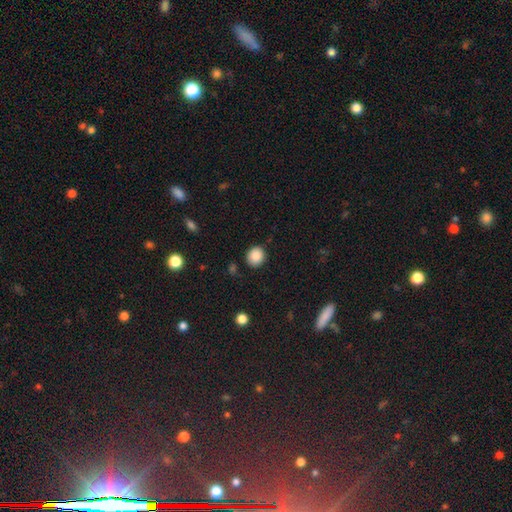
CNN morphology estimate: Overall: smooth (88%). How rounded: round (80%). Merging: none (87%).